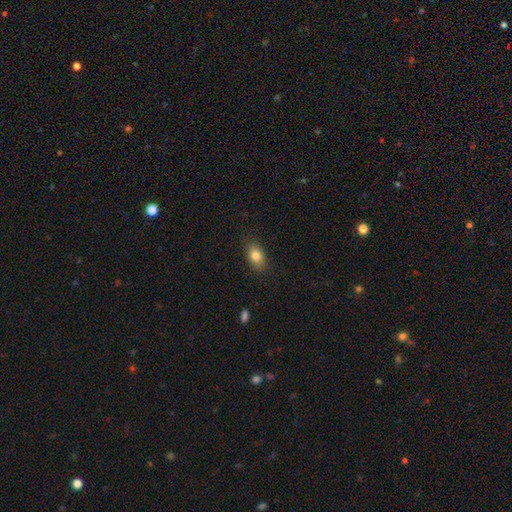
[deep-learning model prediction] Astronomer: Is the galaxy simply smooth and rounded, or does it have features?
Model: smooth — 82%.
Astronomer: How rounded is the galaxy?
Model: in between — 85%.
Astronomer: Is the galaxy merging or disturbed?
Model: none — 86%.